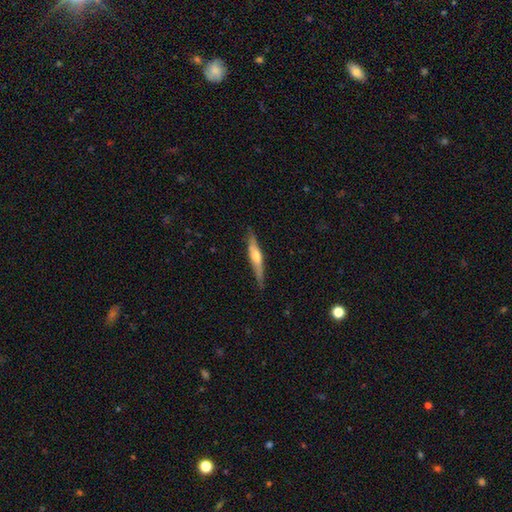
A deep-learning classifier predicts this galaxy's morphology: Overall: featured or disk (63%; smooth 32%). Edge-on disk: yes (95%). Edge-on bulge: rounded (82%). Merging: none (83%).